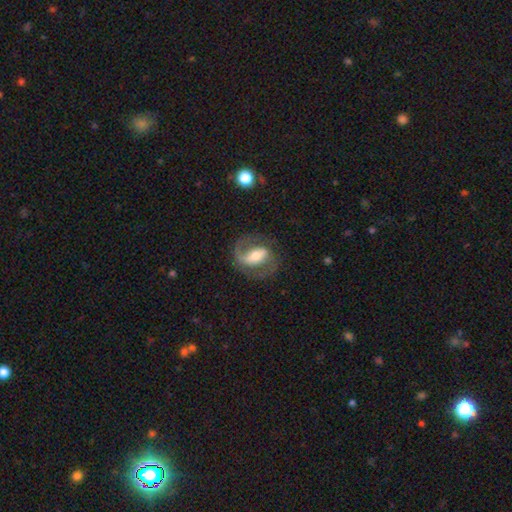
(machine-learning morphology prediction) type=featured or disk (83%); edge-on=no (97%); bar=strong (43%); spiral arms=yes (93%); winding=medium (53%); arm count=2 (77%); bulge=moderate (56%); merging=none (71%).